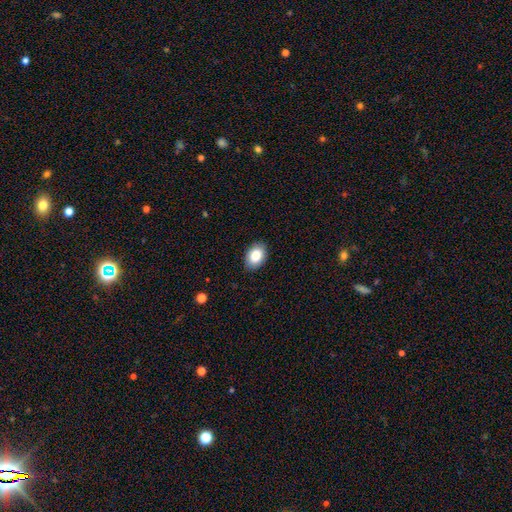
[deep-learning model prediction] smooth_or_featured: smooth (p=0.86) [alt: star or artifact p=0.08]
how_rounded: in between (p=0.80) [alt: round p=0.19]
merging: none (p=0.88) [alt: minor disturbance p=0.09]